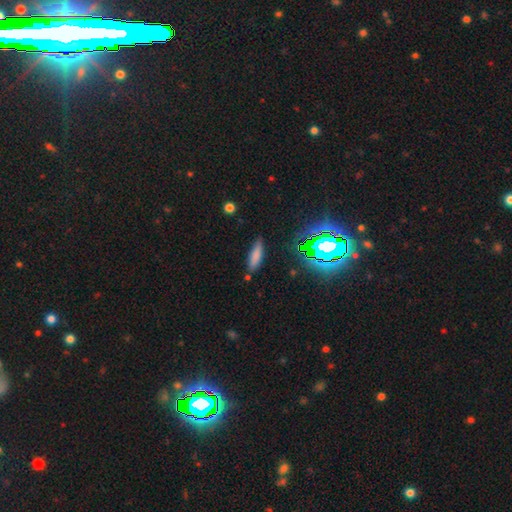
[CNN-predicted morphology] This appears to be a smooth galaxy with no disk features (73%) that is cigar-shaped (53%). Merging: none (79%).